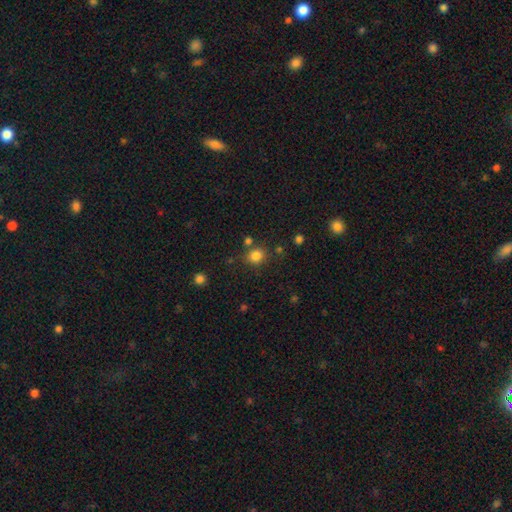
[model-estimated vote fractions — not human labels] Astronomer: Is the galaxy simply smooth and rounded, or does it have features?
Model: smooth — 82%.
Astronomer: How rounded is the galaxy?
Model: round — 77%.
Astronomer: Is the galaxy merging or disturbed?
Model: none — 75%.